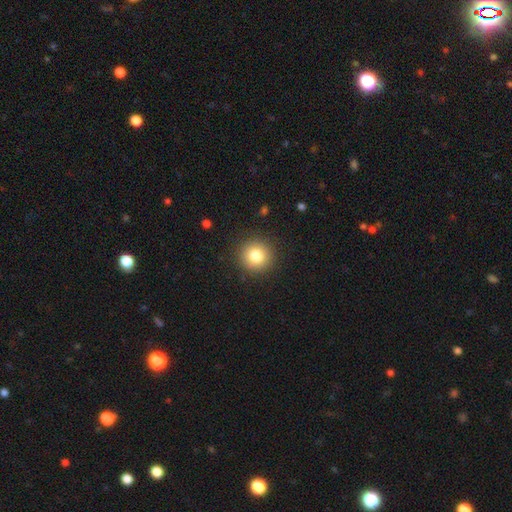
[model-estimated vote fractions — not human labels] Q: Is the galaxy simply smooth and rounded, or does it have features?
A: smooth — 82%.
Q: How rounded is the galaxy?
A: round — 94%.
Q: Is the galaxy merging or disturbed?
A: none — 91%.